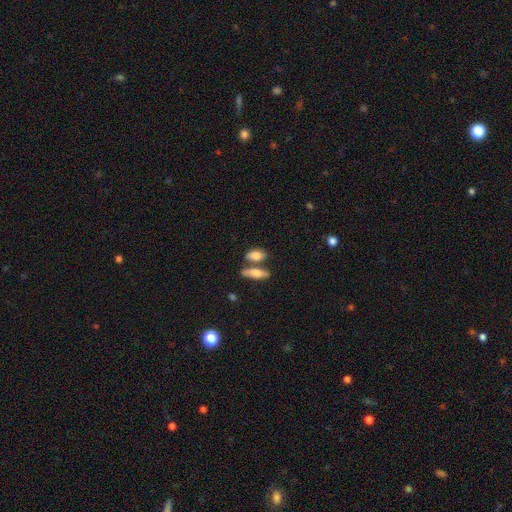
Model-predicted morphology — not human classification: Smooth or featured? smooth (80%)
How rounded? in between (78%)
Merging? none (54%)